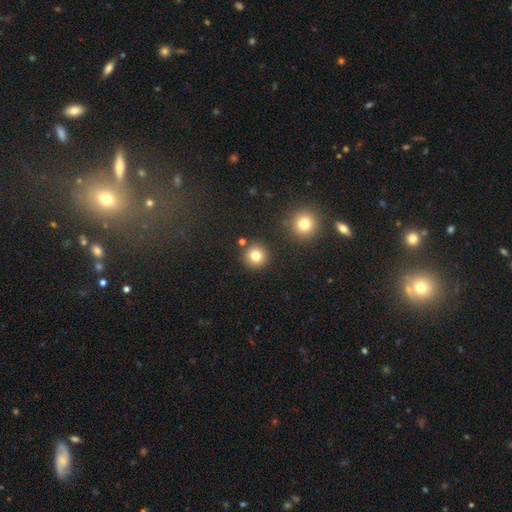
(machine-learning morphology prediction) Smooth or featured?
  - smooth: 80% *
  - star or artifact: 13%
  - featured or disk: 7%
How rounded?
  - round: 95% *
  - in between: 4%
  - cigar-shaped: 1%
Merging?
  - none: 87% *
  - minor disturbance: 6%
  - merger: 5%
  - major disturbance: 2%